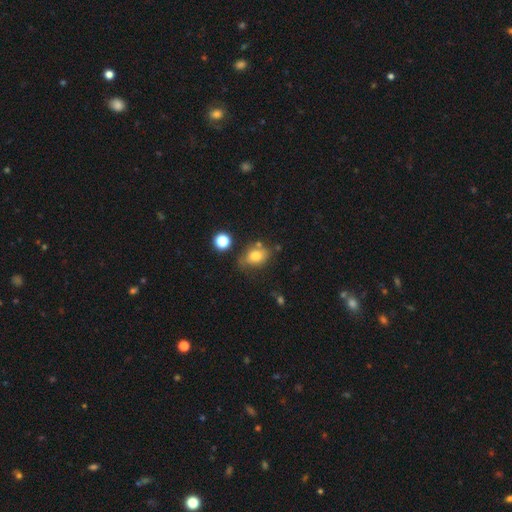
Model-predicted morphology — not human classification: Smooth or featured? smooth (77%)
How rounded? in between (67%)
Merging? none (62%)